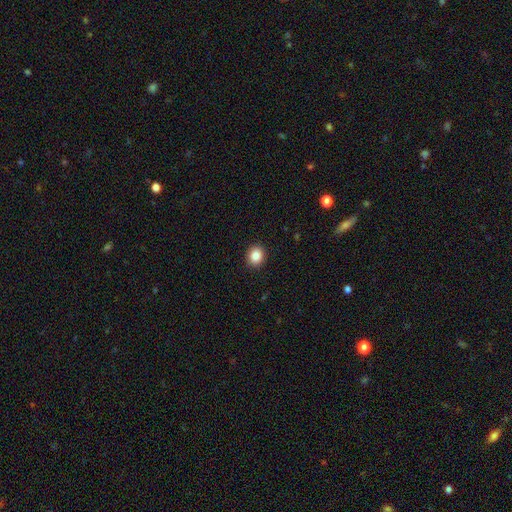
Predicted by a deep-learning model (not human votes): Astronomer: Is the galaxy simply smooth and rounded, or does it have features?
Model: smooth — 86%.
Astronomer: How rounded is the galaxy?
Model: round — 73%.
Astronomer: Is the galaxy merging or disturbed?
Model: none — 92%.